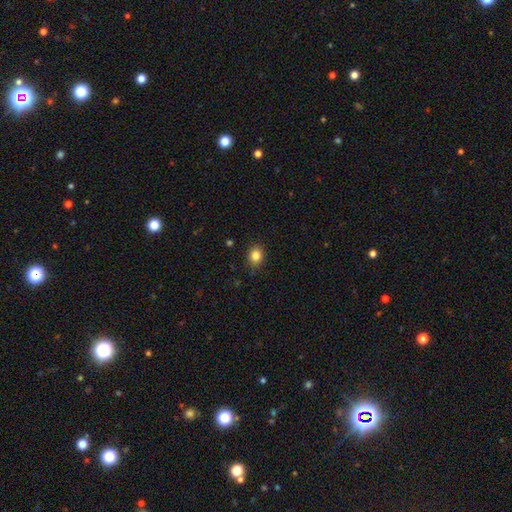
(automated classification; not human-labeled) The model was most divided on "how rounded": round: 56%, in between: 43%, cigar-shaped: 1%. More confident: merging — none (88%); smooth or featured — smooth (84%).